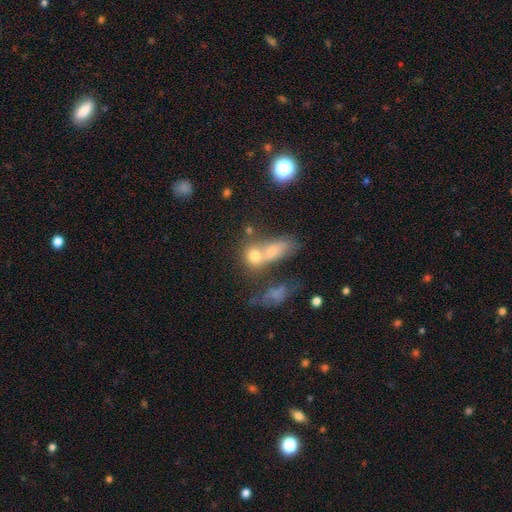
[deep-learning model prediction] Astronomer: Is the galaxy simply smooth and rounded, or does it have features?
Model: smooth — 66%.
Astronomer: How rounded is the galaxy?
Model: round — 53% (runner-up: in between, 41%).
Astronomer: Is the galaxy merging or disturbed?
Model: merger — 55%.